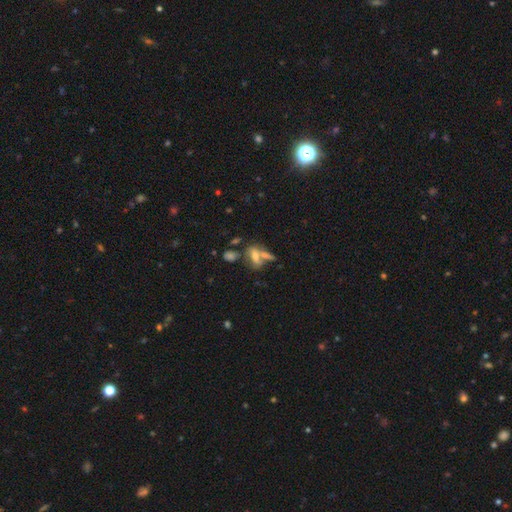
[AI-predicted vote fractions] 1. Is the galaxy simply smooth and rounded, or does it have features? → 48% smooth, 35% featured or disk, 17% star or artifact.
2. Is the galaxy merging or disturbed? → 41% none, 38% merger, 12% minor disturbance, 9% major disturbance.